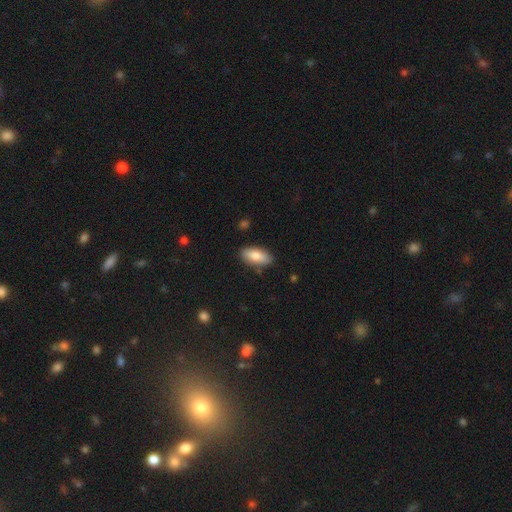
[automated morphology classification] smooth-or-featured: smooth: 79% | featured or disk: 15% | star or artifact: 6%
  how-rounded: in between: 89% | cigar-shaped: 9% | round: 3%
  merging: none: 83% | minor disturbance: 13% | major disturbance: 2% | merger: 2%